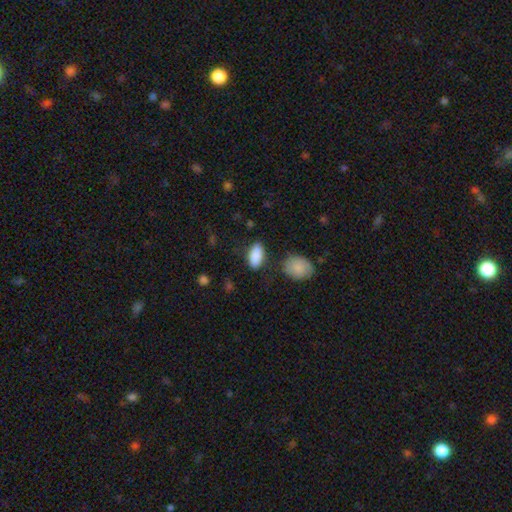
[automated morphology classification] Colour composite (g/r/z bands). It shows a smooth galaxy with no disk features (89%) that is in between round and cigar-shaped (91%). Merging: none (80%).